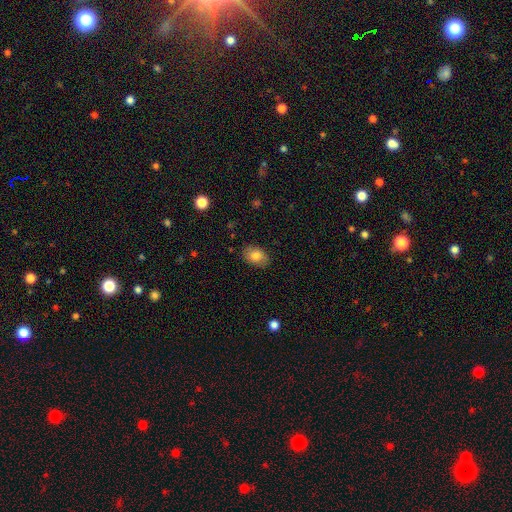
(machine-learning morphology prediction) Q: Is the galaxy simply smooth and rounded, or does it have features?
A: smooth — 81%.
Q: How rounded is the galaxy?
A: in between — 80%.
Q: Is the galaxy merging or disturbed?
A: none — 85%.